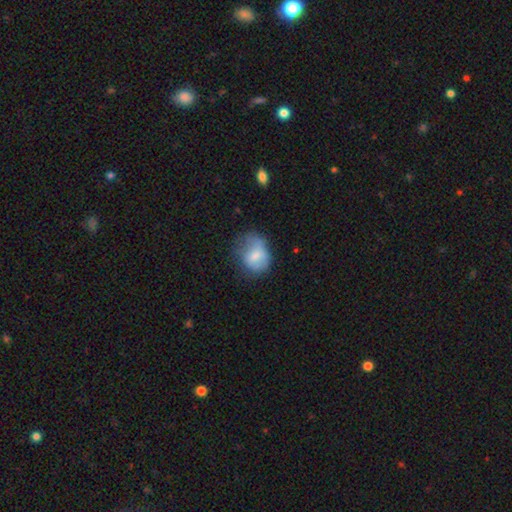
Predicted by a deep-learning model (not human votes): A smooth galaxy with no disk features (66%) that is in between round and cigar-shaped (53%).

Vote fractions:
- Smooth or featured? smooth: 66% / featured or disk: 25% / star or artifact: 9%
- How rounded? in between: 53% / round: 46% / cigar-shaped: 1%
- Merging? none: 38% / minor disturbance: 33% / major disturbance: 26% / merger: 3%